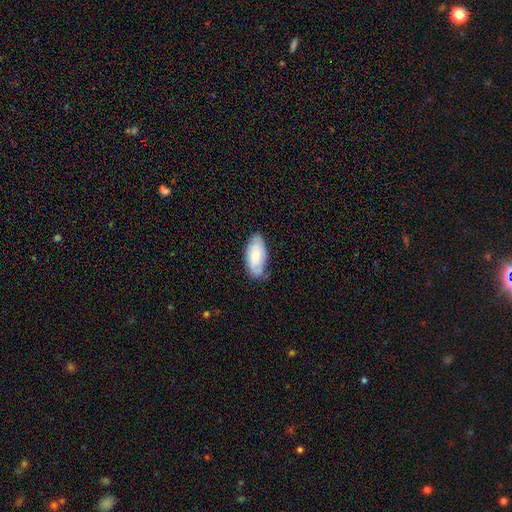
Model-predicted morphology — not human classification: Q: Smooth or featured?
A: smooth (74%); runner-up: featured or disk (20%)
Q: How rounded?
A: in between (93%); runner-up: cigar-shaped (5%)
Q: Merging?
A: none (72%); runner-up: minor disturbance (22%)